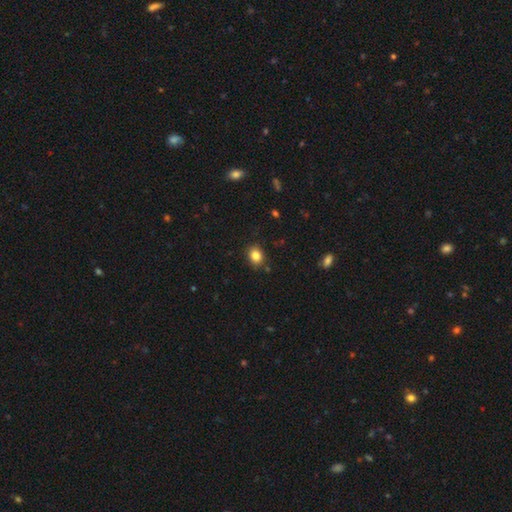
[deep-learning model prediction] This appears to be a smooth galaxy with no disk features (84%) that is round (55%). Merging: none (84%).